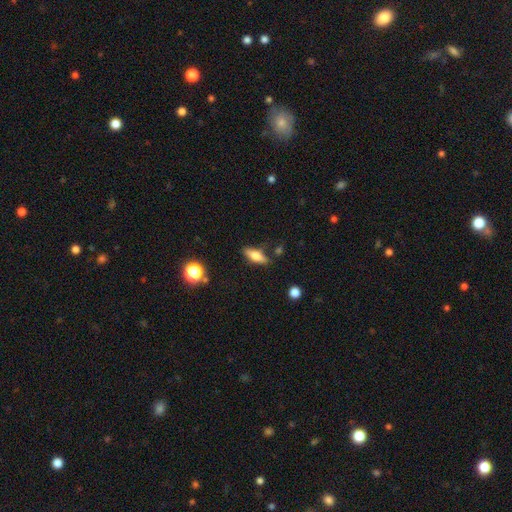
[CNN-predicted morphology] A smooth galaxy with no disk features (61%) that is in between round and cigar-shaped (61%). Merging: none (80%).